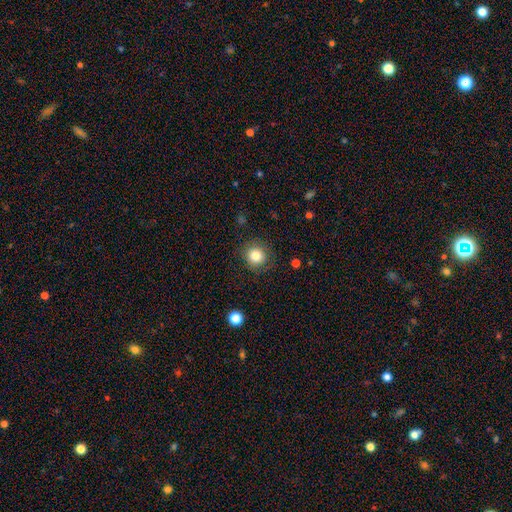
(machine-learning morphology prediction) Smooth or featured? smooth (82%)
How rounded? round (91%)
Merging? none (86%)